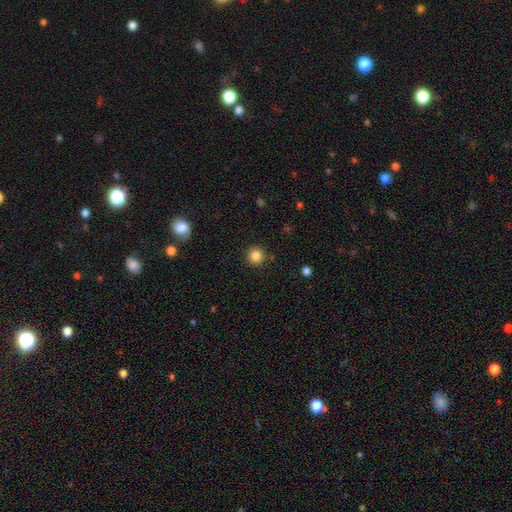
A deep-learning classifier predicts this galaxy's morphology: Smooth or featured: smooth — 85% (star or artifact — 11%)
How rounded: round — 95% (in between — 5%)
Merging: none — 91% (minor disturbance — 6%)